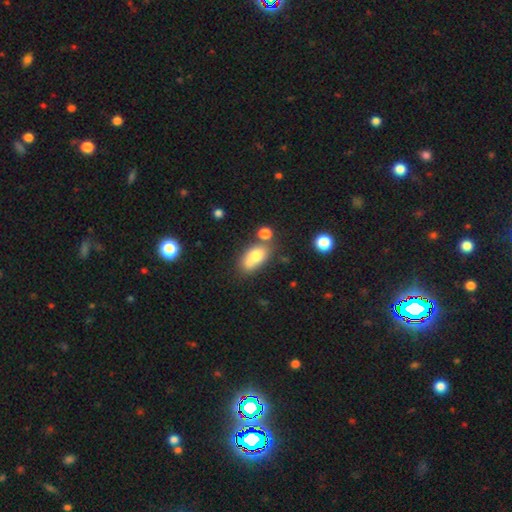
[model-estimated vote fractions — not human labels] smooth-or-featured: smooth: 71% | featured or disk: 18% | star or artifact: 10%
  how-rounded: in between: 78% | round: 19% | cigar-shaped: 4%
  merging: none: 40% | merger: 39% | minor disturbance: 15% | major disturbance: 6%